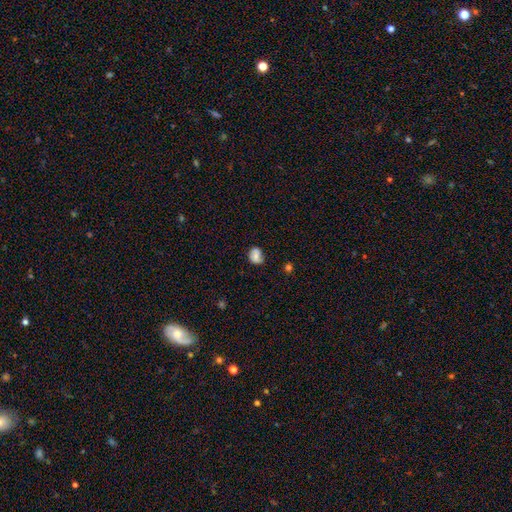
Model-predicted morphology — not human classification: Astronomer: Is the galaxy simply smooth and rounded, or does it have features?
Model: smooth — 67%.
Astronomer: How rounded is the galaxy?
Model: round — 55% (runner-up: in between, 44%).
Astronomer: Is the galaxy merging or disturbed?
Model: none — 62%.